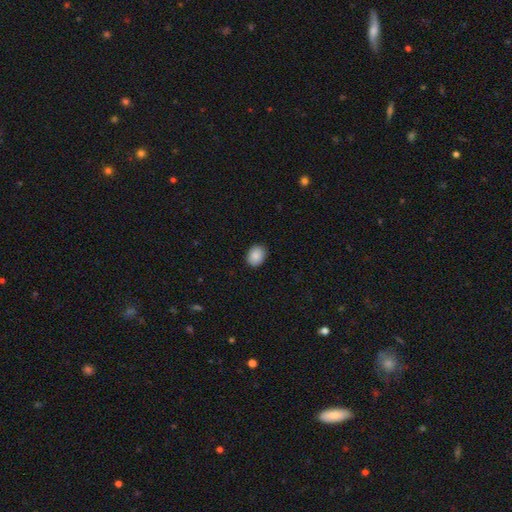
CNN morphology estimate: Overall: smooth (88%). How rounded: in between (54%; round 45%). Merging: none (89%).